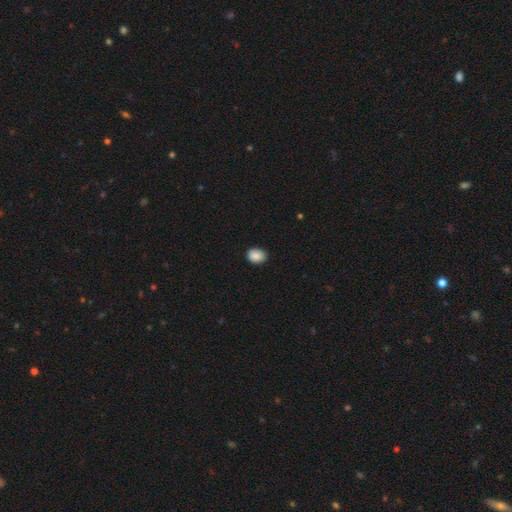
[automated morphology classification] This is clearly a smooth galaxy (88%). How rounded: possibly in between (56%). Merging: clearly none (86%).